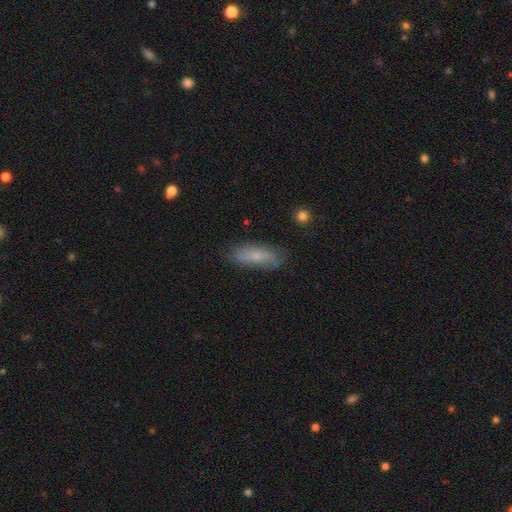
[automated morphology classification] This appears to be a smooth galaxy with no disk features (70%) that is in between round and cigar-shaped (60%). Merging: none (73%).